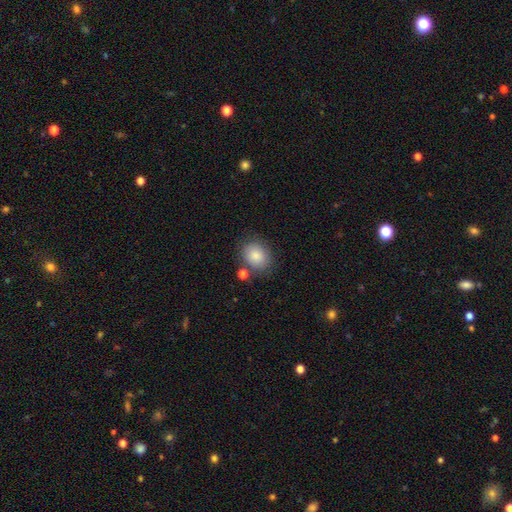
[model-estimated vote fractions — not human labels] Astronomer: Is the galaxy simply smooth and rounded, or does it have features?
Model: smooth — 85%.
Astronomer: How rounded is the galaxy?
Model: round — 56% (runner-up: in between, 43%).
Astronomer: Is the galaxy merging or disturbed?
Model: none — 76%.